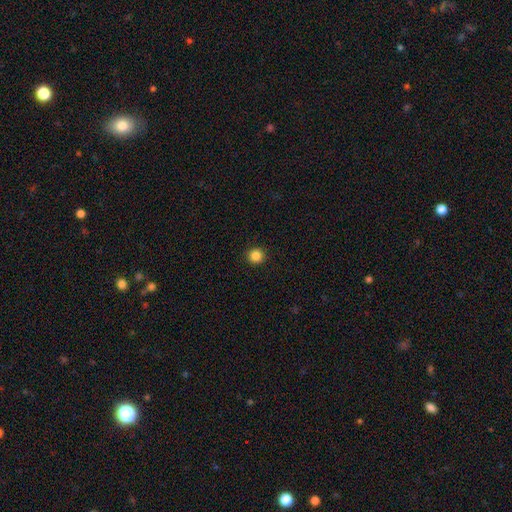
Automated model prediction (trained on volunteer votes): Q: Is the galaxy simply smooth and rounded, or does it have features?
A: smooth — 86%.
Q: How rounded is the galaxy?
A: round — 95%.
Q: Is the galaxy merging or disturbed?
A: none — 93%.